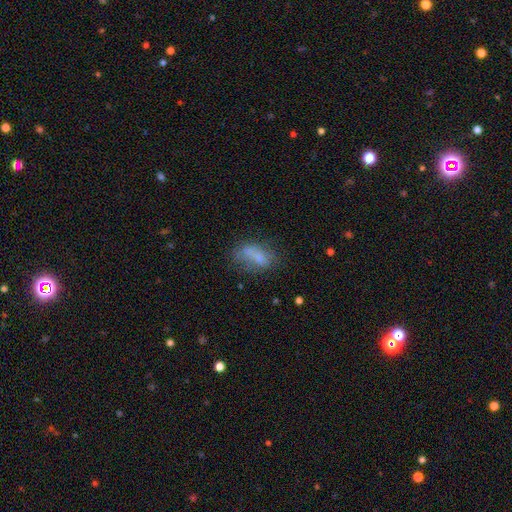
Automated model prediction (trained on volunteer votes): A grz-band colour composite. It shows a smooth galaxy with no disk features (61%) that is in between round and cigar-shaped (82%). Merging: none (42%).